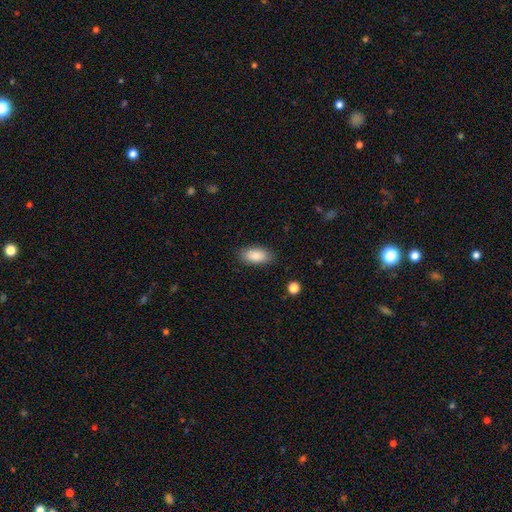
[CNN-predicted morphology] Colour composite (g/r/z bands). It shows a smooth galaxy with no disk features (88%) that is in between round and cigar-shaped (91%). Merging: none (86%).